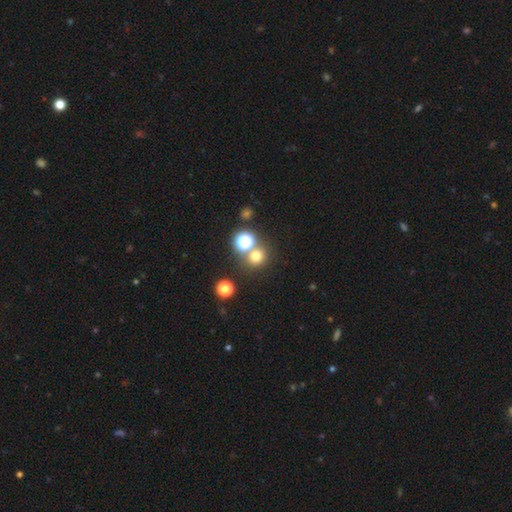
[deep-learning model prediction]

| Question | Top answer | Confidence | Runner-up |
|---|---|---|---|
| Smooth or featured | smooth | 70% | star or artifact (23%) |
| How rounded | round | 87% | in between (12%) |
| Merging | none | 71% | merger (19%) |